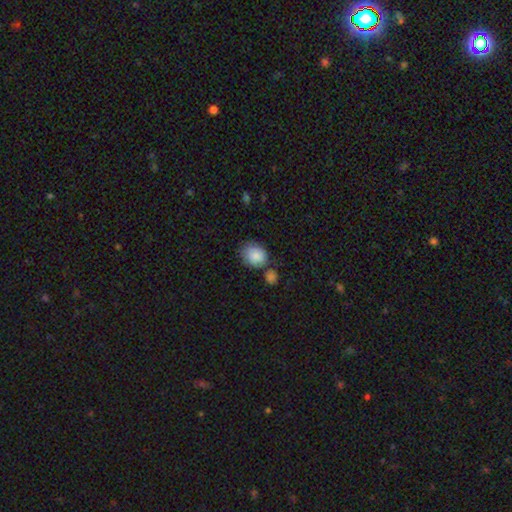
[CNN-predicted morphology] This is clearly a smooth galaxy (86%). How rounded: possibly round (55%). Merging: likely none (62%).